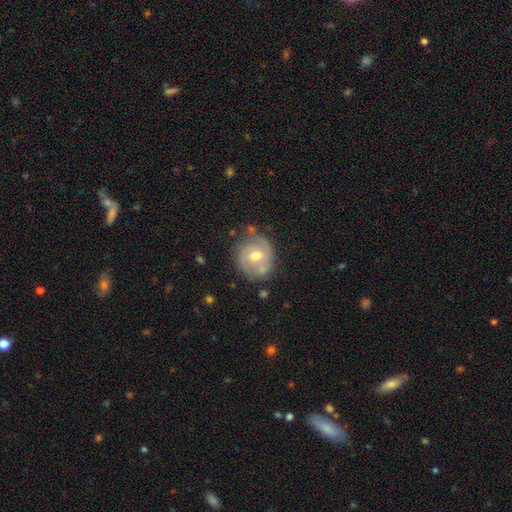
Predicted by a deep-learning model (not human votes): A featured or disk galaxy (65%) with no bar (63%), spiral arms (78%) and a moderate central bulge (75%). Merging: none (67%).